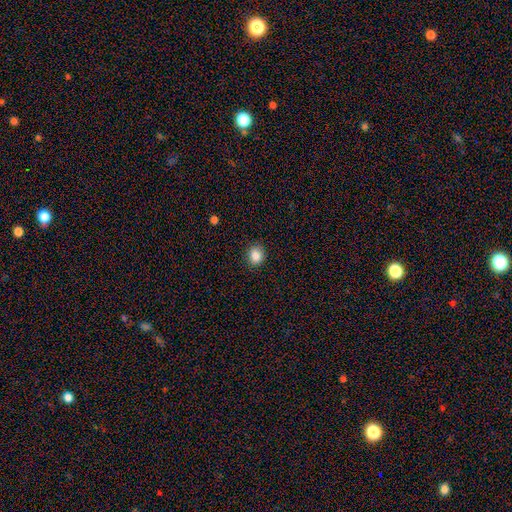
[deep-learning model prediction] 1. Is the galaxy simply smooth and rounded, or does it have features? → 86% smooth, 10% star or artifact, 4% featured or disk.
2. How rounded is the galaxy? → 65% round, 34% in between, 1% cigar-shaped.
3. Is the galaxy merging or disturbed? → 89% none, 8% minor disturbance, 2% major disturbance, 1% merger.